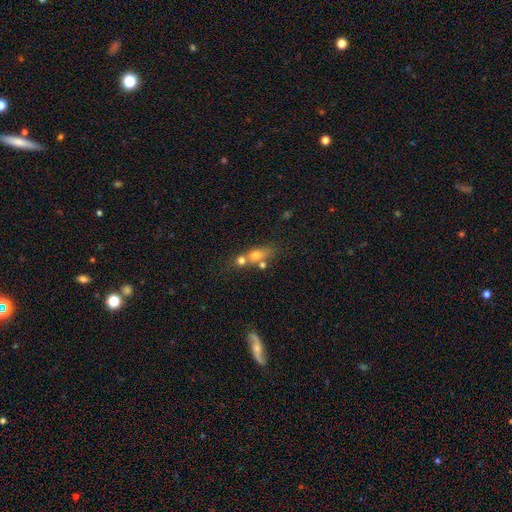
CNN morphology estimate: This is likely a smooth galaxy (64%). How rounded: possibly in between (47%). Merging: possibly merger (49%).